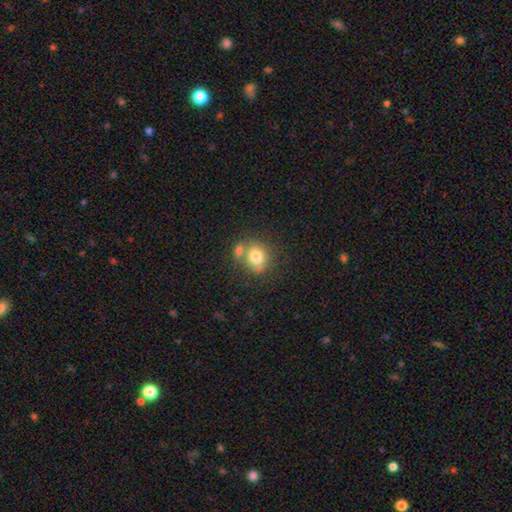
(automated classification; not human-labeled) This appears to be a smooth galaxy with no disk features (77%) that is round (57%). Merging: none (48%).